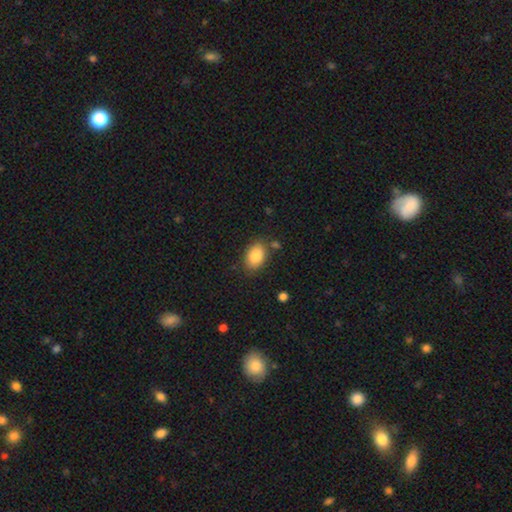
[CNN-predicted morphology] A smooth galaxy with no disk features (85%) that is in between round and cigar-shaped (86%). Merging: none (80%).